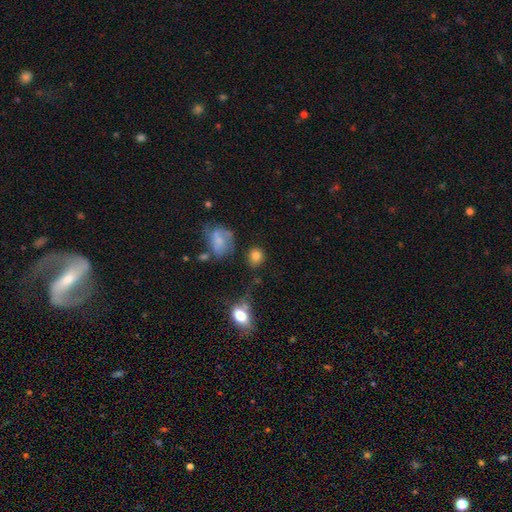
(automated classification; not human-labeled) Smooth or featured? smooth (81%)
How rounded? round (71%)
Merging? none (71%)